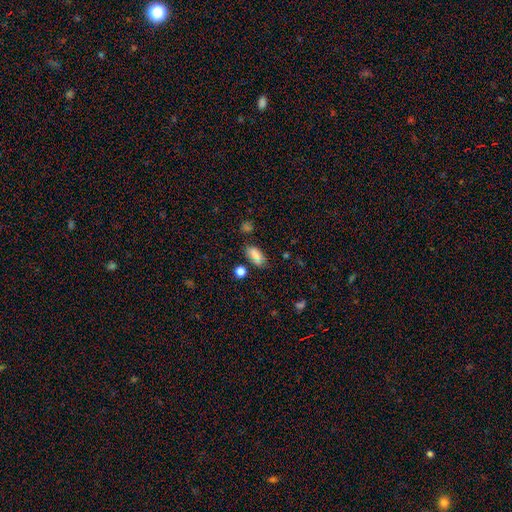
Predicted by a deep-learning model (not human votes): smooth_or_featured: smooth (p=0.75) [alt: star or artifact p=0.13]
how_rounded: in between (p=0.87) [alt: cigar-shaped p=0.07]
merging: none (p=0.73) [alt: minor disturbance p=0.16]